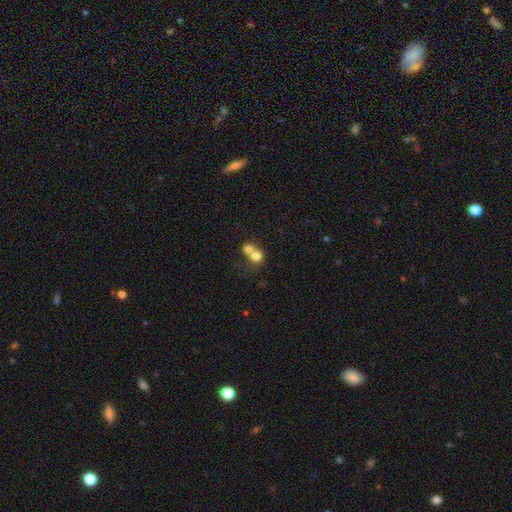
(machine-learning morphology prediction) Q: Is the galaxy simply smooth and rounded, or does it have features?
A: smooth — 73%.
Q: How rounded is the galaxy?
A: round — 78%.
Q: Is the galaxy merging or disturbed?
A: merger — 67%.